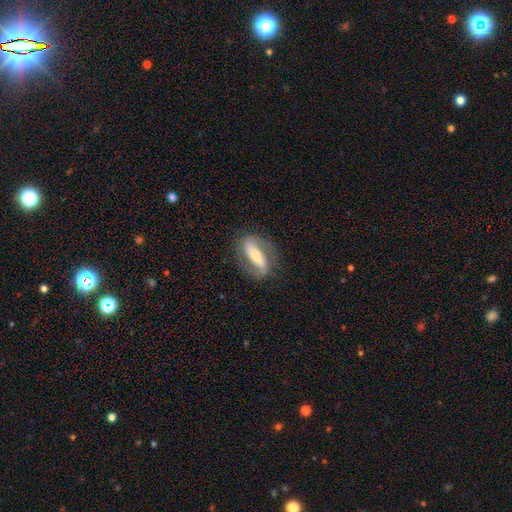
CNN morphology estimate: smooth_or_featured: featured or disk (p=0.74) [alt: smooth p=0.20]
disk_edge_on: no (p=0.84) [alt: yes p=0.16]
bar: strong (p=0.66) [alt: weak p=0.18]
has_spiral_arms: yes (p=0.80) [alt: no p=0.20]
bulge_size: moderate (p=0.53) [alt: small p=0.36]
merging: none (p=0.80) [alt: minor disturbance p=0.13]